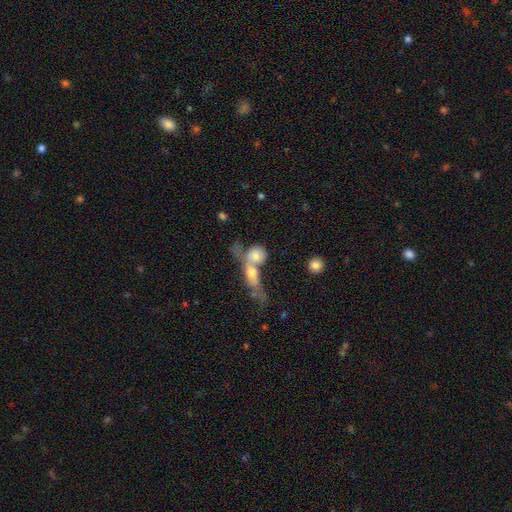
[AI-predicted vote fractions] The model was most divided on "how rounded": round: 58%, in between: 35%, cigar-shaped: 7%. More confident: merging — merger (71%); smooth or featured — smooth (70%).